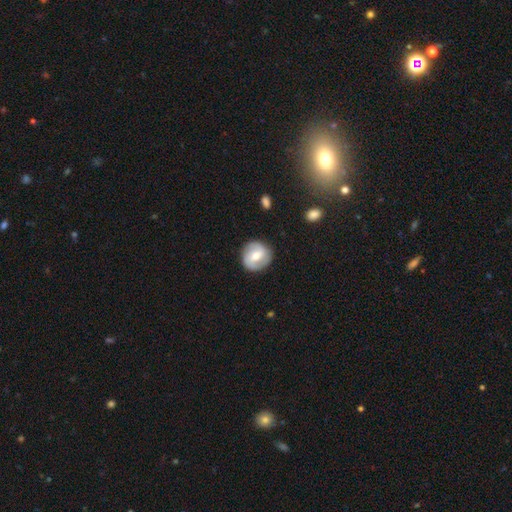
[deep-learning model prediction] The model was most divided on "smooth or featured": featured or disk: 56%, smooth: 38%, star or artifact: 6%. Remaining: edge-on disk — no (97%); merging — none (86%); spiral arms — yes (78%); bulge size — moderate (64%); bar — weak (48%).